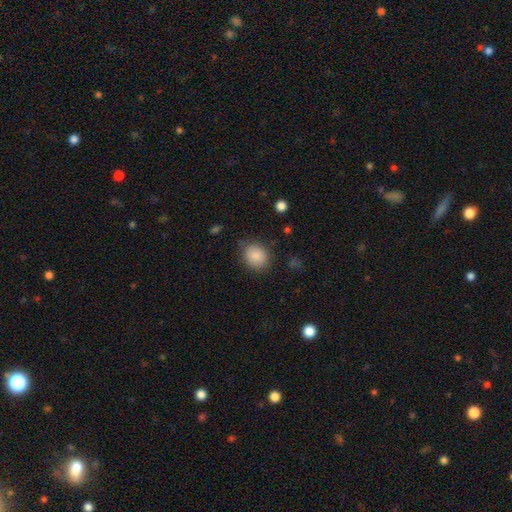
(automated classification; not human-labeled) Smooth or featured? Predicted: smooth (p=0.88). How rounded? Predicted: round (p=0.67). Merging? Predicted: none (p=0.79).